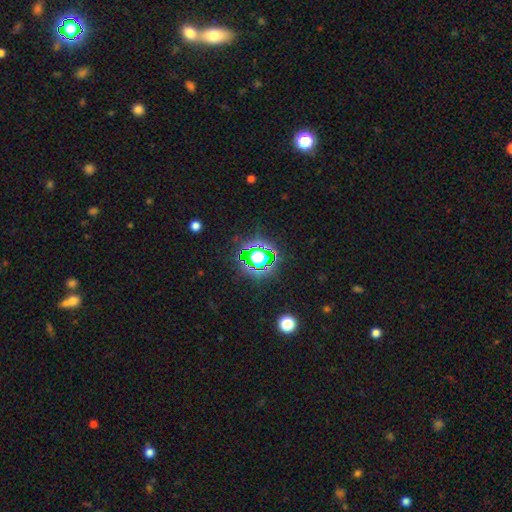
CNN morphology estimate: The model was most divided on "smooth or featured": star or artifact: 62%, smooth: 26%, featured or disk: 12%.